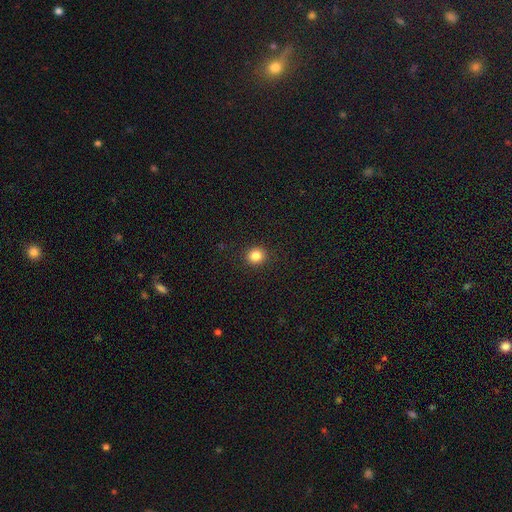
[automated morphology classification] Smooth or featured? smooth (84%)
How rounded? round (87%)
Merging? none (92%)